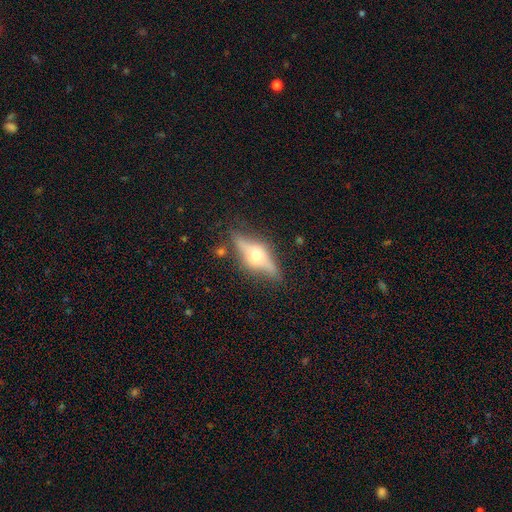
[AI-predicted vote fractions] The model was most divided on "smooth or featured": featured or disk: 73%, smooth: 20%, star or artifact: 7%. More confident: edge-on bulge — rounded (94%); edge-on disk — yes (89%); merging — none (78%).